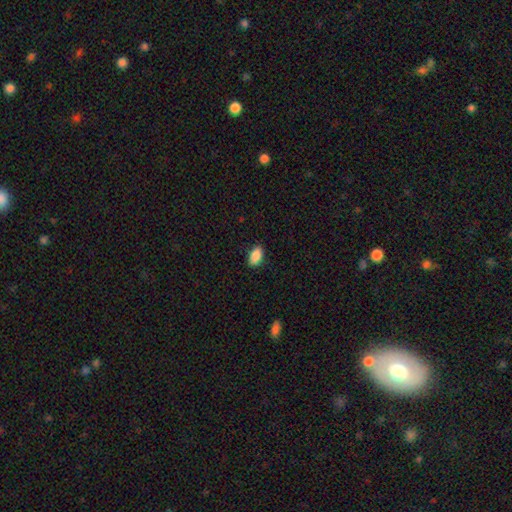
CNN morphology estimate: Overall: smooth (89%). How rounded: in between (93%). Merging: none (88%).